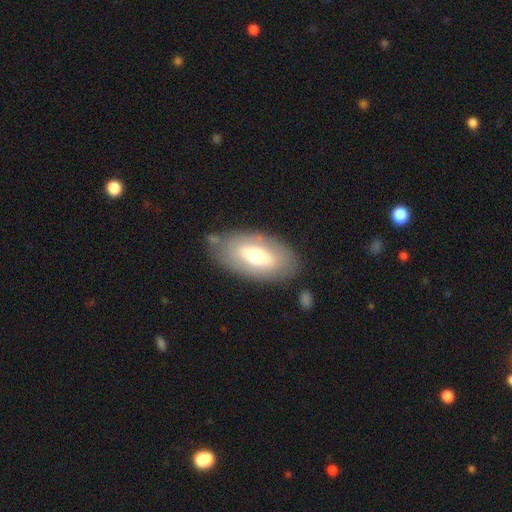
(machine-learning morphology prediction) Smooth or featured? Predicted: smooth (p=0.55). How rounded? Predicted: in between (p=0.92). Merging? Predicted: none (p=0.75).